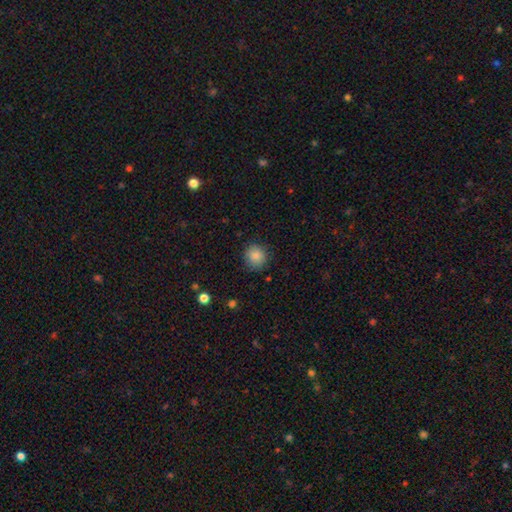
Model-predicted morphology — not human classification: smooth_or_featured: smooth (p=0.87) [alt: star or artifact p=0.09]
how_rounded: round (p=0.86) [alt: in between p=0.13]
merging: none (p=0.86) [alt: minor disturbance p=0.10]